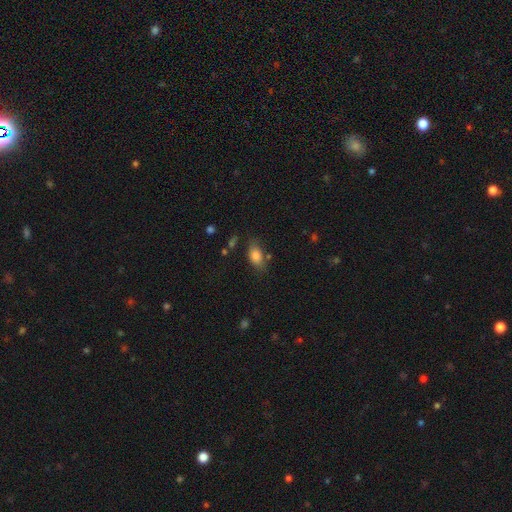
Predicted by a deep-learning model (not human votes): Morphology: type=smooth (81%); roundness=in between (87%); merging=none (74%).